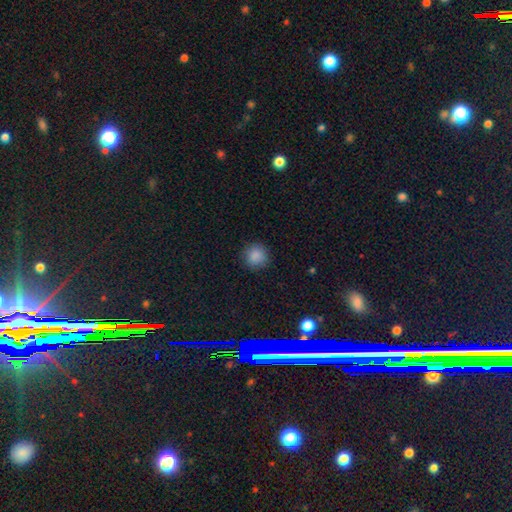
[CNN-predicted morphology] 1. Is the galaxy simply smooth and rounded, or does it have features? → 87% smooth, 10% star or artifact, 3% featured or disk.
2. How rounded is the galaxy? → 93% round, 6% in between, 1% cigar-shaped.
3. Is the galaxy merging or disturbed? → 89% none, 8% minor disturbance, 2% major disturbance, 1% merger.